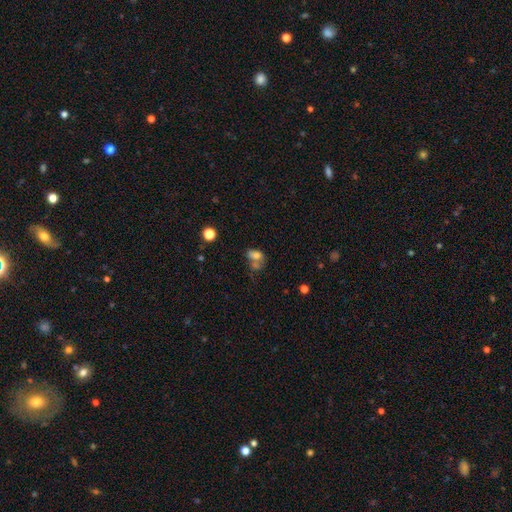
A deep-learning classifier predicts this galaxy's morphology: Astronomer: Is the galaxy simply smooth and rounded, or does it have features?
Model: smooth — 70%.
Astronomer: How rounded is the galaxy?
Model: in between — 78%.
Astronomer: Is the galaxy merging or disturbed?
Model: merger — 48% (runner-up: none, 28%).